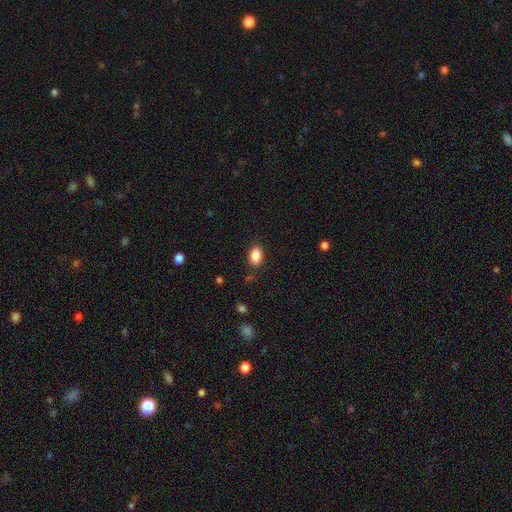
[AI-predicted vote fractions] A smooth galaxy with no disk features (87%) that is in between round and cigar-shaped (86%).

Vote fractions:
- Smooth or featured? smooth: 87% / star or artifact: 9% / featured or disk: 5%
- How rounded? in between: 86% / round: 12% / cigar-shaped: 2%
- Merging? none: 86% / minor disturbance: 10% / major disturbance: 3% / merger: 1%